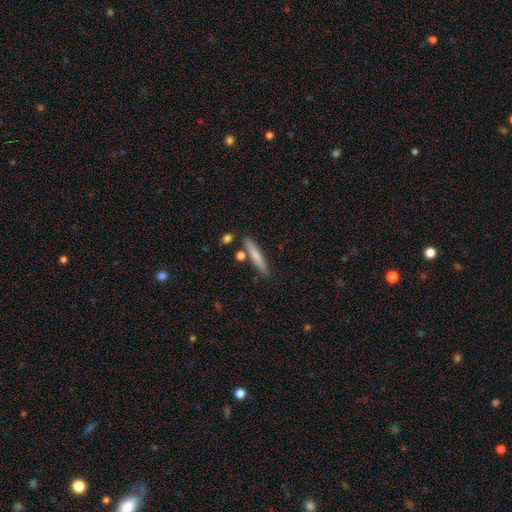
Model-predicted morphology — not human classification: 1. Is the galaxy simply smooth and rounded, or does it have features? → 72% smooth, 22% featured or disk, 6% star or artifact.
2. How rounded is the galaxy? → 91% cigar-shaped, 7% in between, 2% round.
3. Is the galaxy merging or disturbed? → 81% none, 10% minor disturbance, 7% merger, 2% major disturbance.